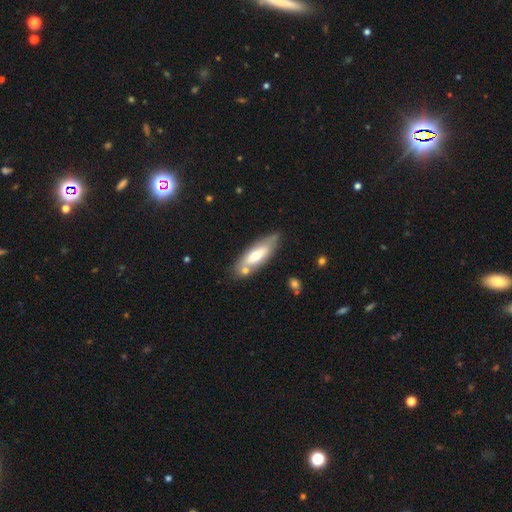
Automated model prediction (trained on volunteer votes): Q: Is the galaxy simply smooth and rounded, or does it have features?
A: smooth — 52%.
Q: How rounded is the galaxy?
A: in between — 57%.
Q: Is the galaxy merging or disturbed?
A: none — 68%.